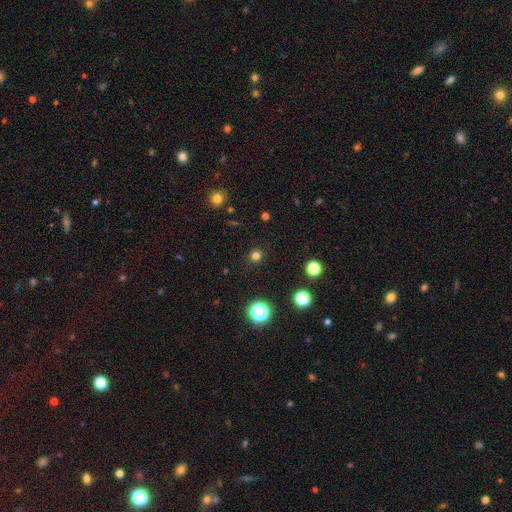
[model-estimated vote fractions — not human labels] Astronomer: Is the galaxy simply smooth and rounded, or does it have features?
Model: smooth — 74%.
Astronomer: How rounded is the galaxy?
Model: round — 92%.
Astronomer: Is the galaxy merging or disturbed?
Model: none — 90%.